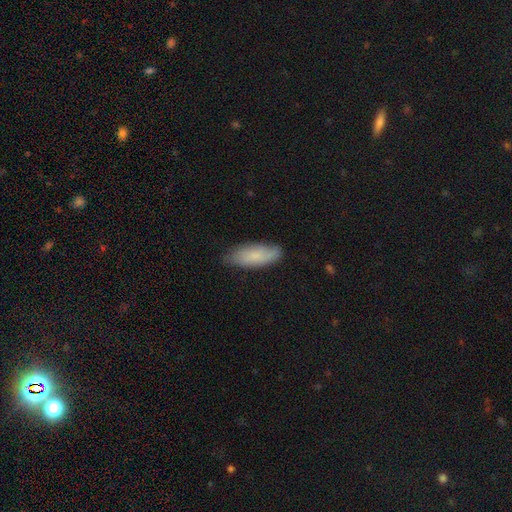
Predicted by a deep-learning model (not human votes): This appears to be a smooth galaxy with no disk features (78%) that is in between round and cigar-shaped (69%). Merging: none (76%).